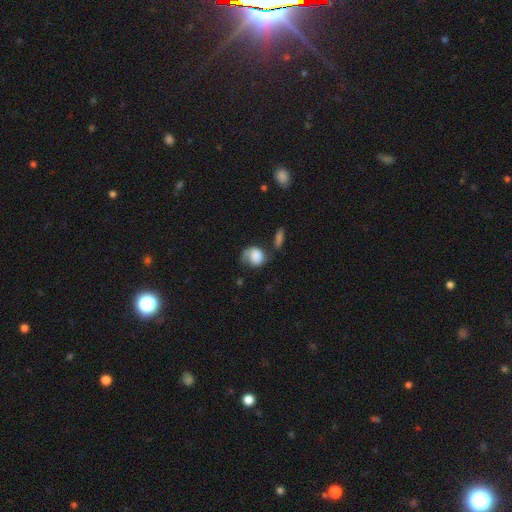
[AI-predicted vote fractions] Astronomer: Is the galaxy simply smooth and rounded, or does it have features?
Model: smooth — 66%.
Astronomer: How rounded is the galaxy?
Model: round — 58% (runner-up: in between, 40%).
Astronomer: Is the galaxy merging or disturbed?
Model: none — 33% (runner-up: major disturbance, 29%).